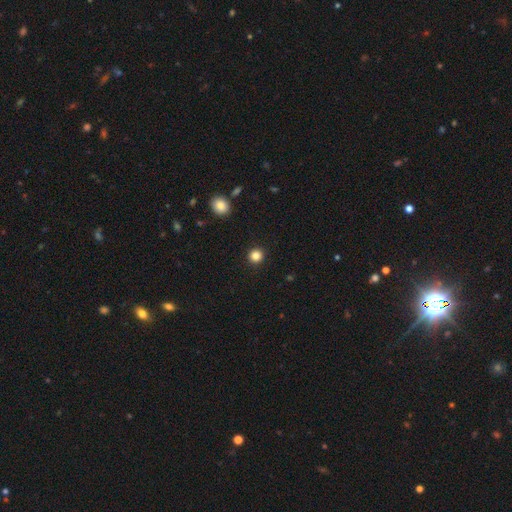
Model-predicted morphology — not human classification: This is clearly a smooth galaxy (84%). How rounded: clearly round (94%). Merging: clearly none (93%).